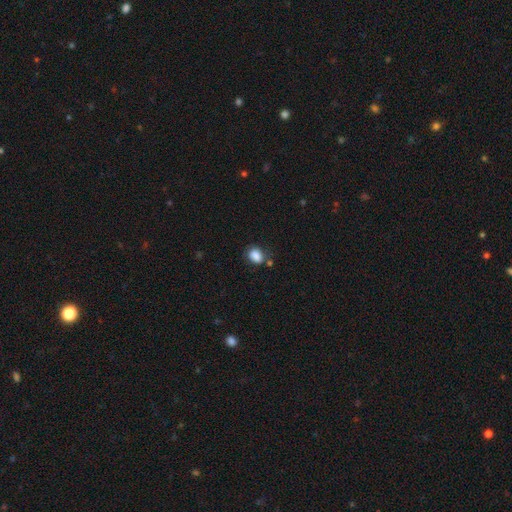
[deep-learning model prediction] The model was most divided on "how rounded": in between: 65%, round: 34%, cigar-shaped: 1%. More confident: smooth or featured — smooth (85%); merging — none (61%).